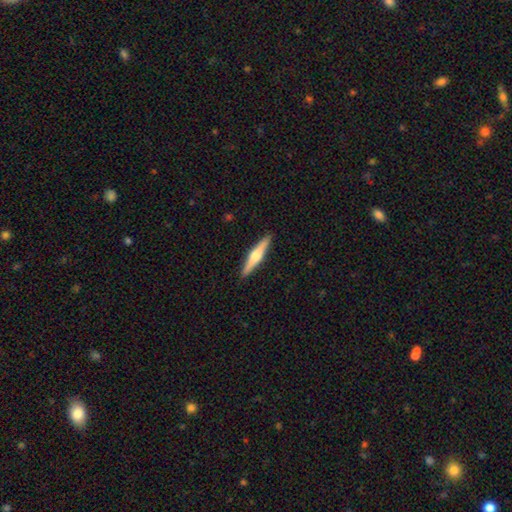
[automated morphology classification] featured or disk 60%, smooth 35%, star or artifact 5%. Down the decision tree: edge-on disk — yes (97%); edge-on bulge — rounded (87%); merging — none (91%).